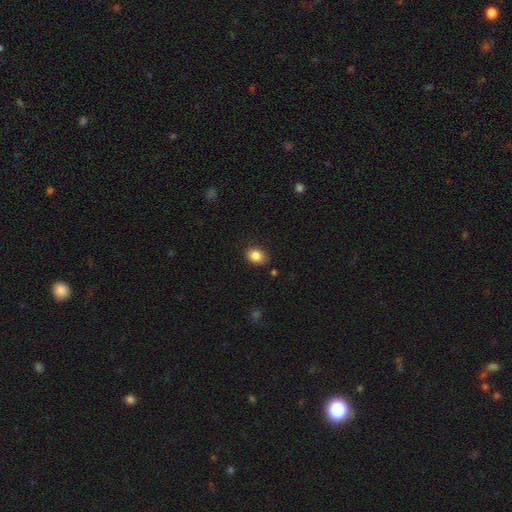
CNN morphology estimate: This is clearly a smooth galaxy (85%). How rounded: likely in between (66%). Merging: clearly none (83%).